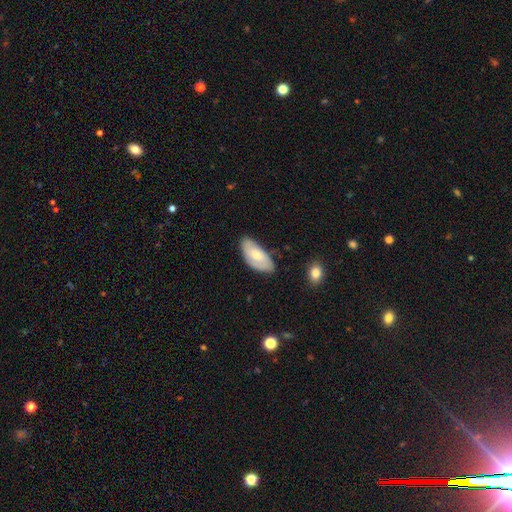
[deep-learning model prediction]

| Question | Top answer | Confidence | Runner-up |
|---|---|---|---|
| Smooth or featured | smooth | 61% | featured or disk (33%) |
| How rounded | in between | 92% | cigar-shaped (6%) |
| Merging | none | 65% | minor disturbance (28%) |